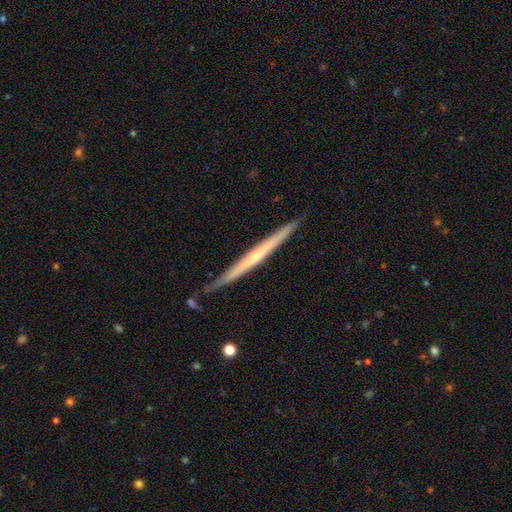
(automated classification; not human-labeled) Smooth or featured: featured or disk — 69% (smooth — 26%)
Edge-on disk: yes — 97% (no — 3%)
Edge-on bulge: none — 56% (rounded — 41%)
Merging: none — 86% (minor disturbance — 10%)